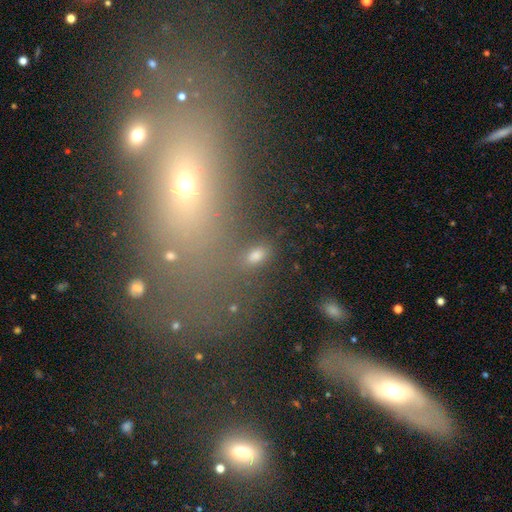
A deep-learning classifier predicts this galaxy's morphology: Q: Smooth or featured?
A: smooth (70%); runner-up: star or artifact (22%)
Q: How rounded?
A: in between (83%); runner-up: round (13%)
Q: Merging?
A: none (75%); runner-up: minor disturbance (12%)